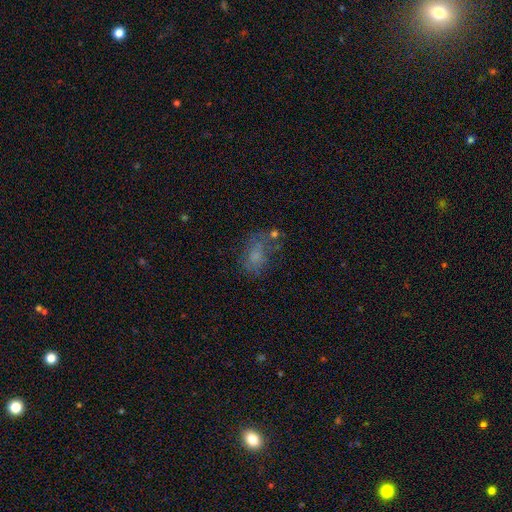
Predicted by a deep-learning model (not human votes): Overall: smooth (58%; featured or disk 27%). How rounded: in between (74%). Merging: none (41%; major disturbance 24%).